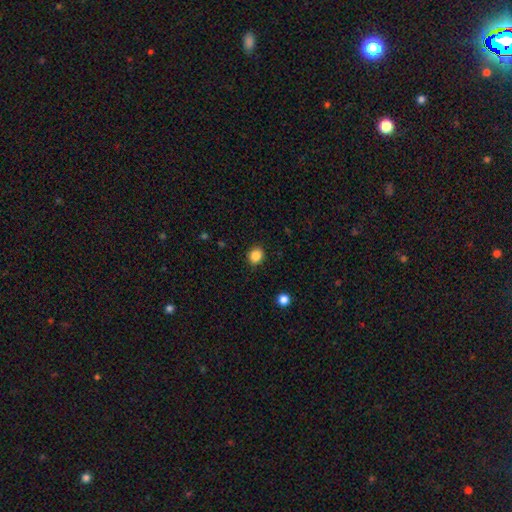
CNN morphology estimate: type=smooth (86%); roundness=round (67%); merging=none (89%).